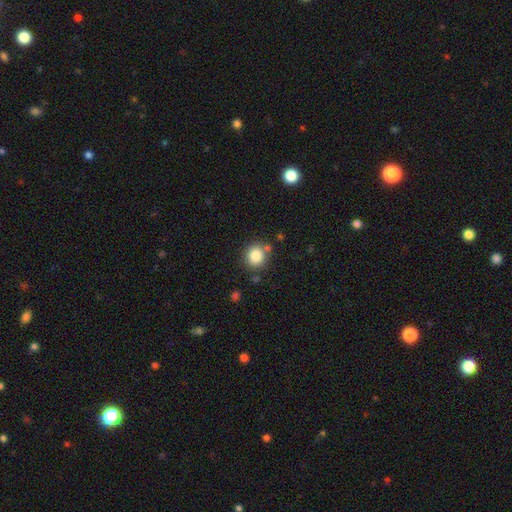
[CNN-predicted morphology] smooth 84%, star or artifact 10%, featured or disk 6%. Down the decision tree: how rounded — round (83%); merging — none (78%).